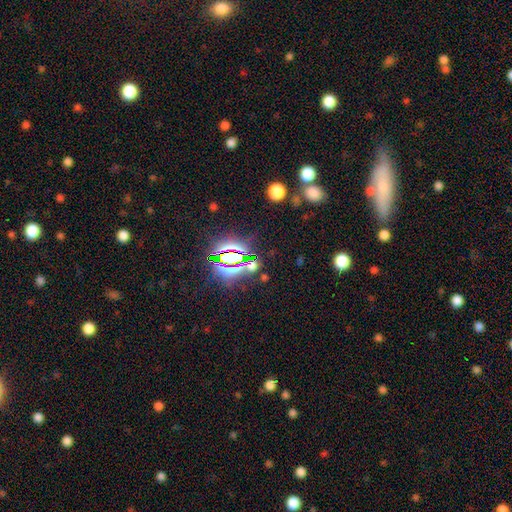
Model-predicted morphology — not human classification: Smooth or featured? star or artifact (78%)